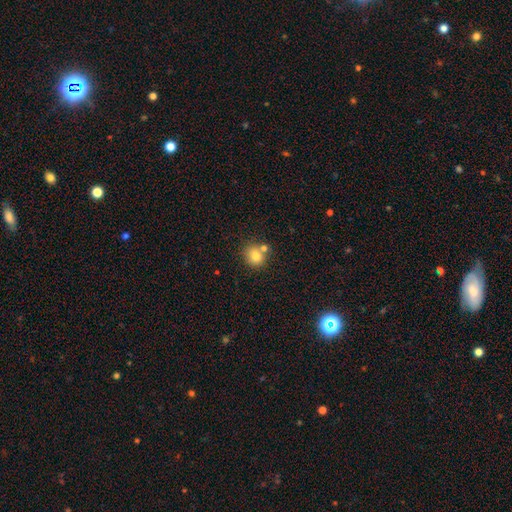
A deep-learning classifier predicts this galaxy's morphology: Q: Smooth or featured?
A: smooth (78%); runner-up: star or artifact (11%)
Q: How rounded?
A: round (85%); runner-up: in between (14%)
Q: Merging?
A: none (60%); runner-up: merger (27%)